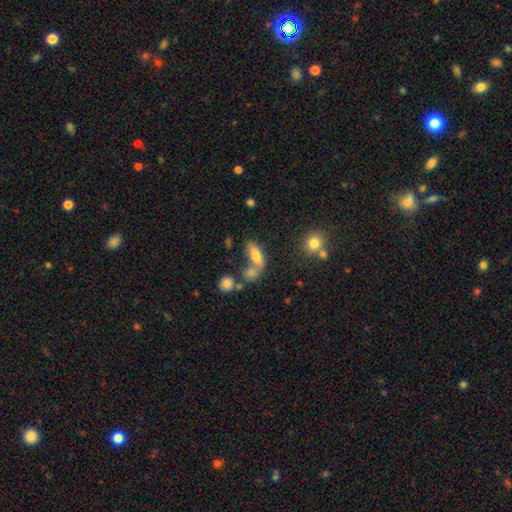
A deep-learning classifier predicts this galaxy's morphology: This appears to be a smooth galaxy with no disk features (71%) that is in between round and cigar-shaped (69%). Merging: none (42%).